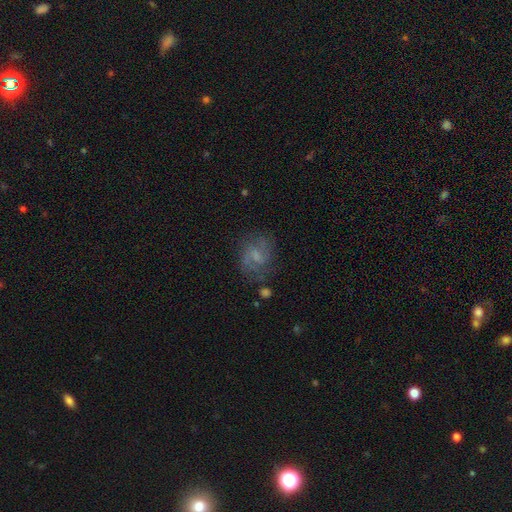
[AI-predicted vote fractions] Q: Smooth or featured?
A: featured or disk (64%); runner-up: smooth (26%)
Q: Edge-on disk?
A: no (97%); runner-up: yes (3%)
Q: Bar?
A: weak (54%); runner-up: no (35%)
Q: Spiral arms?
A: yes (87%); runner-up: no (13%)
Q: Spiral winding?
A: medium (50%); runner-up: loose (27%)
Q: Spiral arm count?
A: 2 (71%); runner-up: can't tell (16%)
Q: Bulge size?
A: small (40%); runner-up: none (30%)
Q: Merging?
A: none (68%); runner-up: minor disturbance (19%)